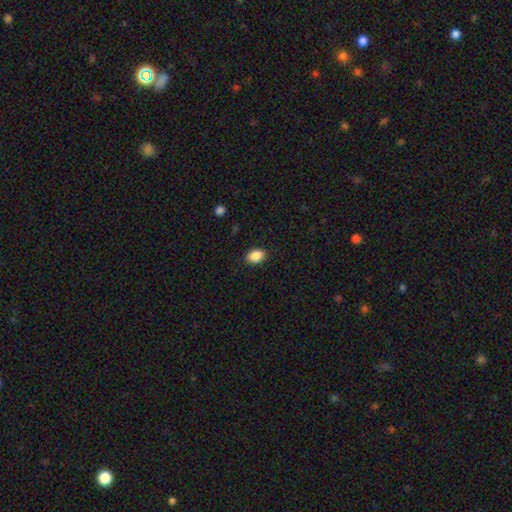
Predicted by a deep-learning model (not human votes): Morphology: type=smooth (88%); roundness=in between (80%); merging=none (88%).